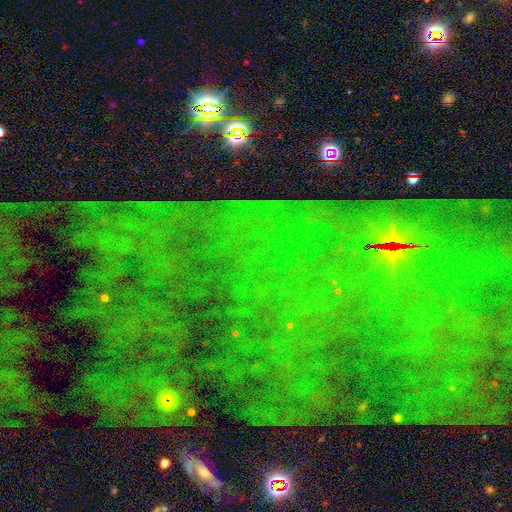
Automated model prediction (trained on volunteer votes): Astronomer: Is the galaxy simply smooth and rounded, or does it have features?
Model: star or artifact — 78%.